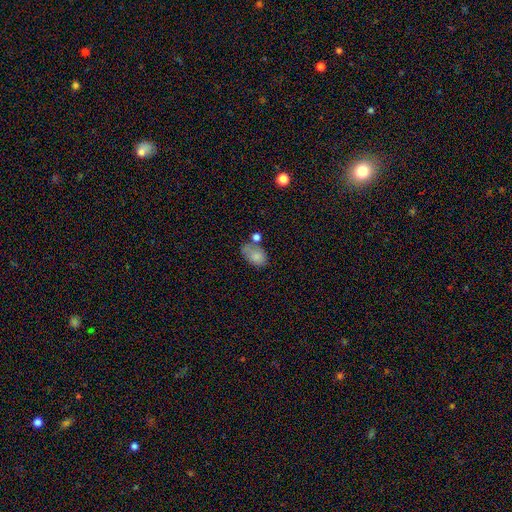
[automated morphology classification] smooth-or-featured: smooth: 79% | featured or disk: 12% | star or artifact: 10%
  how-rounded: in between: 87% | round: 11% | cigar-shaped: 1%
  merging: none: 42% | minor disturbance: 25% | merger: 22% | major disturbance: 12%